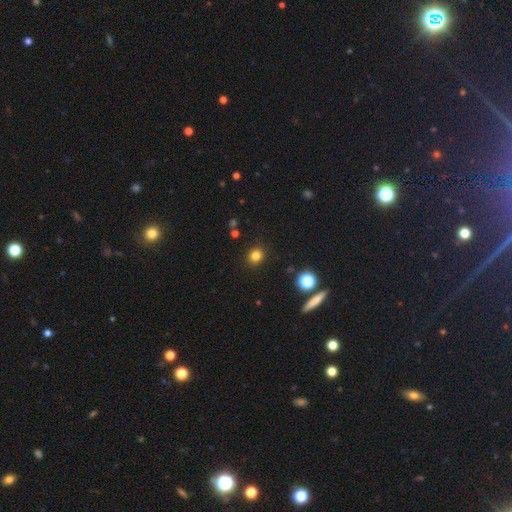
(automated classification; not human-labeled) A smooth galaxy with no disk features (81%) that is round (83%).

Vote fractions:
- Smooth or featured? smooth: 81% / star or artifact: 14% / featured or disk: 5%
- How rounded? round: 83% / in between: 16% / cigar-shaped: 1%
- Merging? none: 90% / minor disturbance: 6% / major disturbance: 2% / merger: 2%